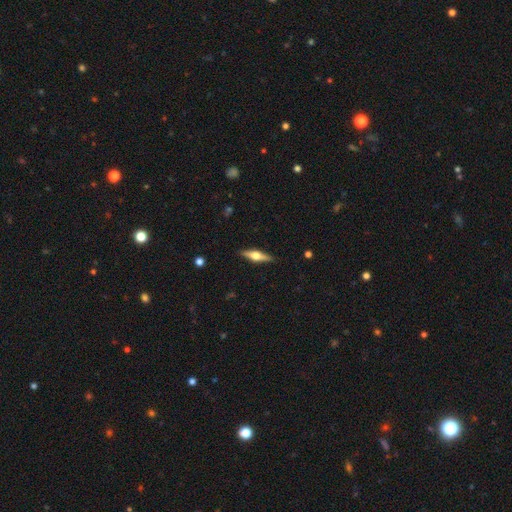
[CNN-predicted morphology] A featured or disk galaxy (64%) viewed edge-on (96%) with a rounded central bulge (94%).

Vote fractions:
- Smooth or featured? featured or disk: 64% / smooth: 30% / star or artifact: 6%
- Edge-on disk? yes: 96% / no: 4%
- Edge-on bulge? rounded: 94% / boxy: 5% / none: 2%
- Merging? none: 89% / minor disturbance: 8% / major disturbance: 2% / merger: 1%